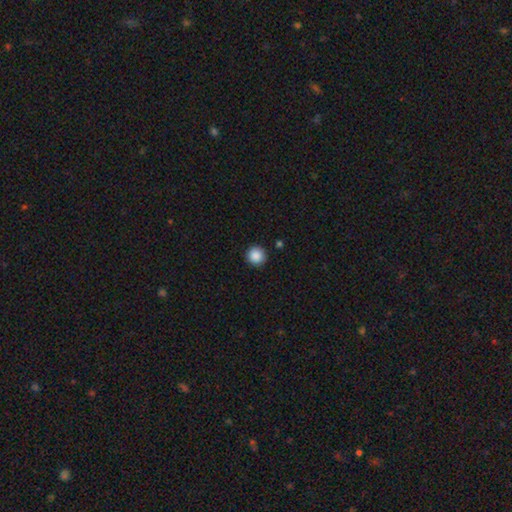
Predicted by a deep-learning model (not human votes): A smooth galaxy with no disk features (88%) that is round (95%).

Vote fractions:
- Smooth or featured? smooth: 88% / star or artifact: 9% / featured or disk: 3%
- How rounded? round: 95% / in between: 4% / cigar-shaped: 1%
- Merging? none: 92% / minor disturbance: 5% / major disturbance: 2% / merger: 1%